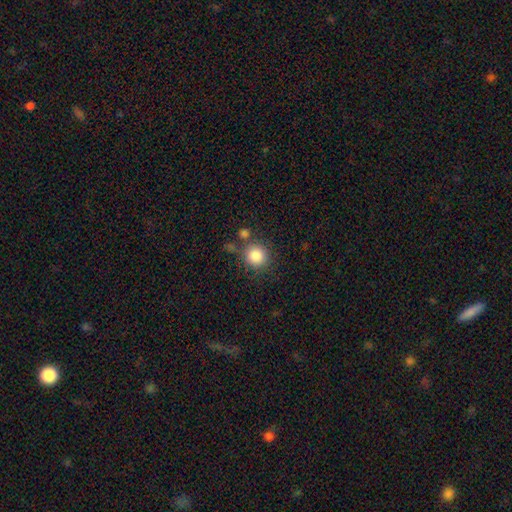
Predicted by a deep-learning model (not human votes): Smooth or featured?
  - smooth: 86% *
  - star or artifact: 9%
  - featured or disk: 5%
How rounded?
  - round: 91% *
  - in between: 8%
  - cigar-shaped: 1%
Merging?
  - none: 73% *
  - minor disturbance: 11%
  - merger: 10%
  - major disturbance: 5%